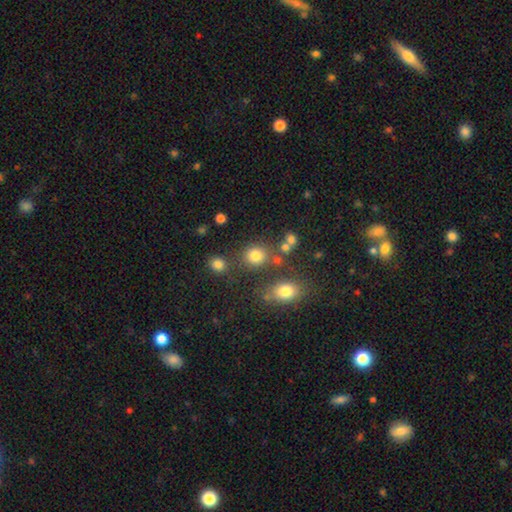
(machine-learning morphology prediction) Smooth or featured? smooth (77%)
How rounded? round (82%)
Merging? none (72%)